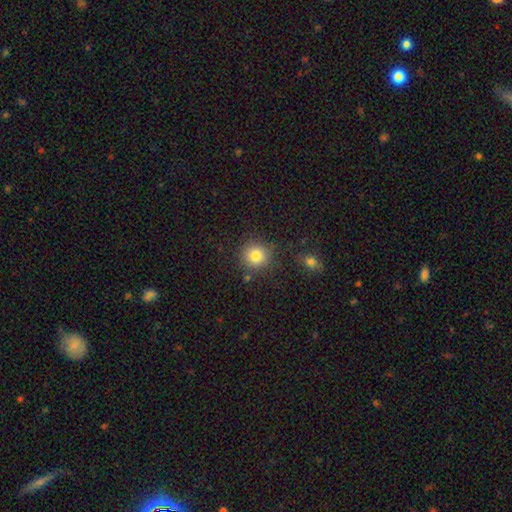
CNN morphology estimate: Smooth or featured?
  - smooth: 83% *
  - star or artifact: 11%
  - featured or disk: 6%
How rounded?
  - round: 91% *
  - in between: 8%
  - cigar-shaped: 1%
Merging?
  - none: 85% *
  - minor disturbance: 8%
  - merger: 4%
  - major disturbance: 3%